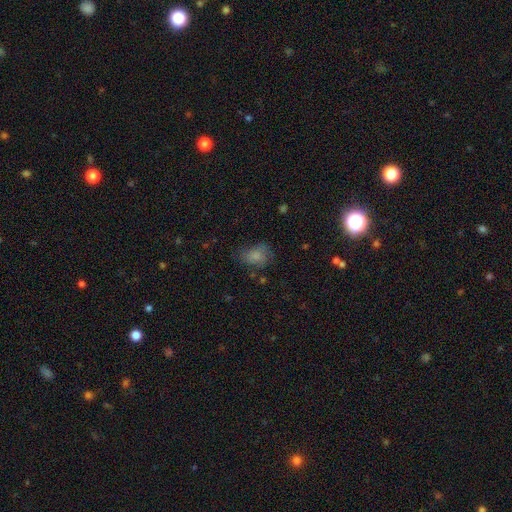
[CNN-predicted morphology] Smooth or featured: smooth — 73% (featured or disk — 16%)
How rounded: in between — 63% (round — 36%)
Merging: none — 53% (minor disturbance — 28%)